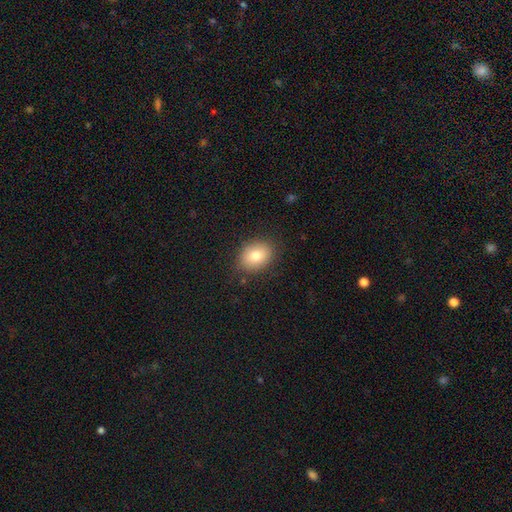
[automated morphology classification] smooth-or-featured: smooth: 80% | featured or disk: 11% | star or artifact: 9%
  how-rounded: in between: 62% | round: 37% | cigar-shaped: 1%
  merging: none: 85% | minor disturbance: 11% | major disturbance: 3% | merger: 1%